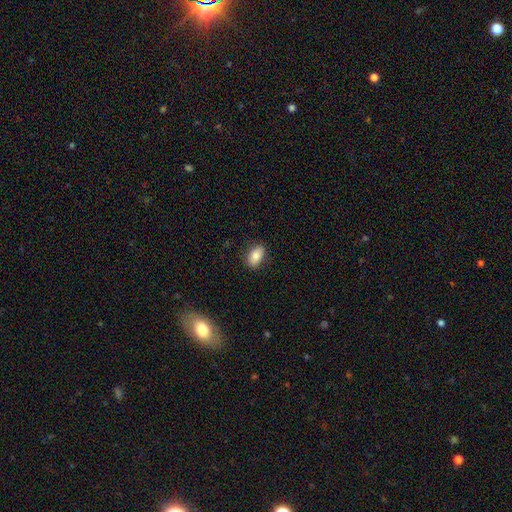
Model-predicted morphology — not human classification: The model was most divided on "smooth or featured": smooth: 83%, featured or disk: 10%, star or artifact: 7%. More confident: how rounded — in between (90%); merging — none (86%).